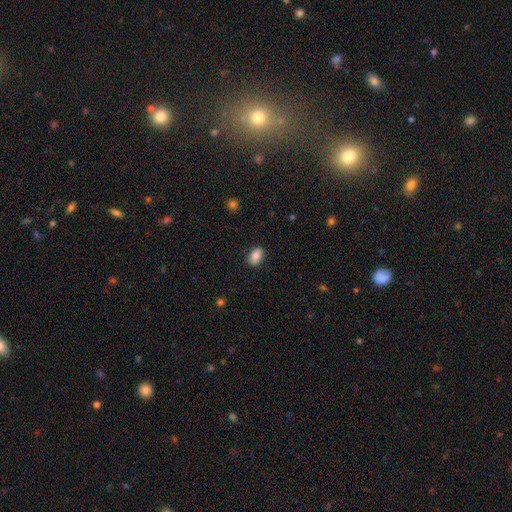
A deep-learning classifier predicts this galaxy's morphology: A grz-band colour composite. It shows a smooth galaxy with no disk features (83%) that is in between round and cigar-shaped (84%). Merging: none (87%).